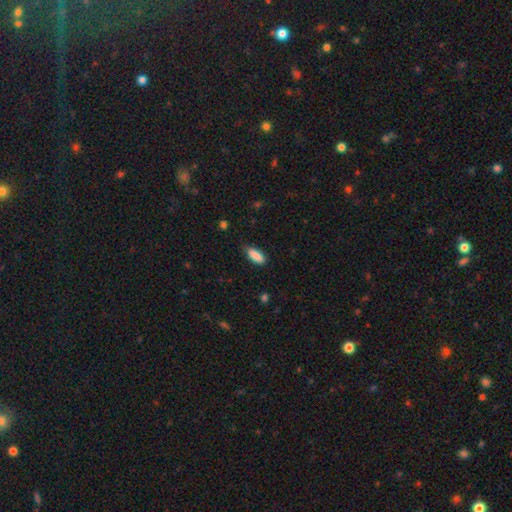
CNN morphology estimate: This appears to be a smooth galaxy with no disk features (87%) that is in between round and cigar-shaped (74%). Merging: none (72%).